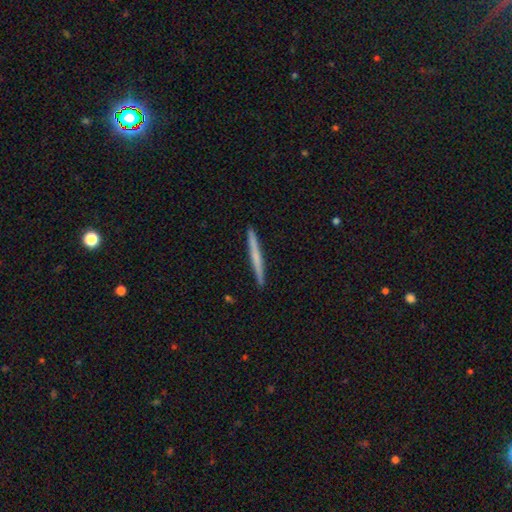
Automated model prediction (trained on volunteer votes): smooth_or_featured: smooth (p=0.54) [alt: featured or disk p=0.41]
how_rounded: cigar-shaped (p=0.97) [alt: in between p=0.02]
merging: none (p=0.93) [alt: minor disturbance p=0.05]